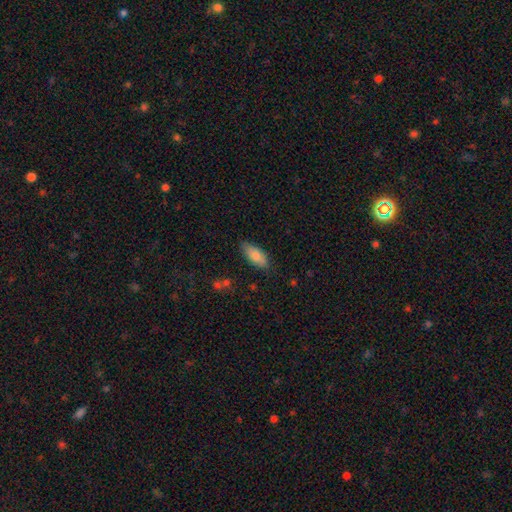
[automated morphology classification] This is clearly a smooth galaxy (81%). How rounded: clearly in between (83%). Merging: clearly none (81%).